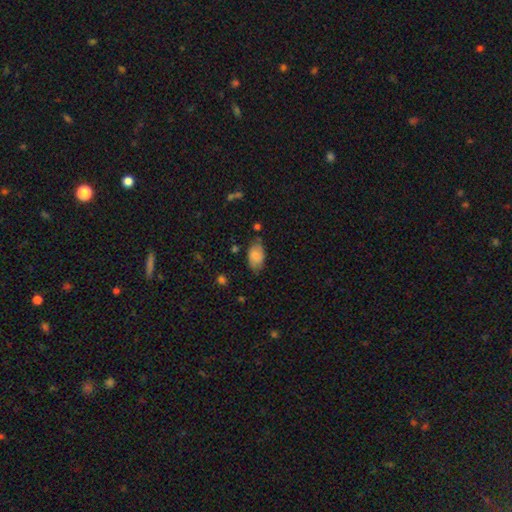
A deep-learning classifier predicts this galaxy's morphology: Q: Smooth or featured?
A: smooth (79%); runner-up: featured or disk (14%)
Q: How rounded?
A: in between (93%); runner-up: round (5%)
Q: Merging?
A: none (65%); runner-up: minor disturbance (26%)